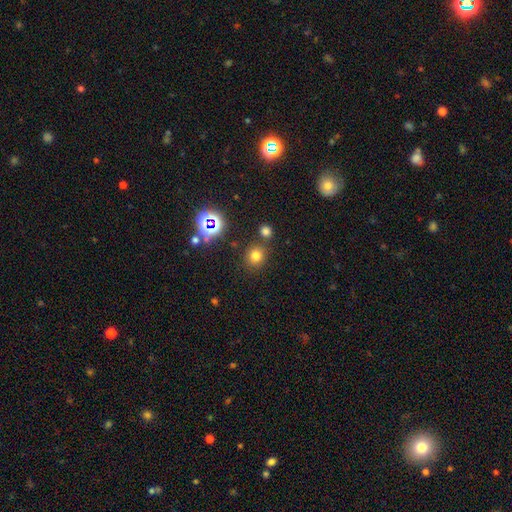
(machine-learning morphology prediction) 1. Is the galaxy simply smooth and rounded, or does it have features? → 71% smooth, 23% star or artifact, 7% featured or disk.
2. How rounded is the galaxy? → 82% round, 17% in between, 1% cigar-shaped.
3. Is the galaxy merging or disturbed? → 79% none, 9% merger, 9% minor disturbance, 3% major disturbance.